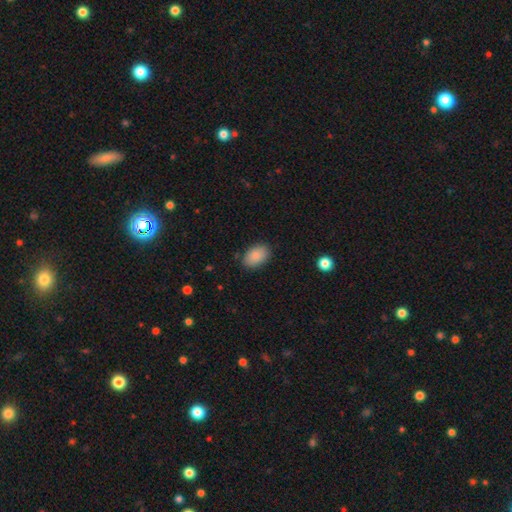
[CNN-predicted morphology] This appears to be a smooth galaxy with no disk features (87%) that is in between round and cigar-shaped (89%). Merging: none (84%).